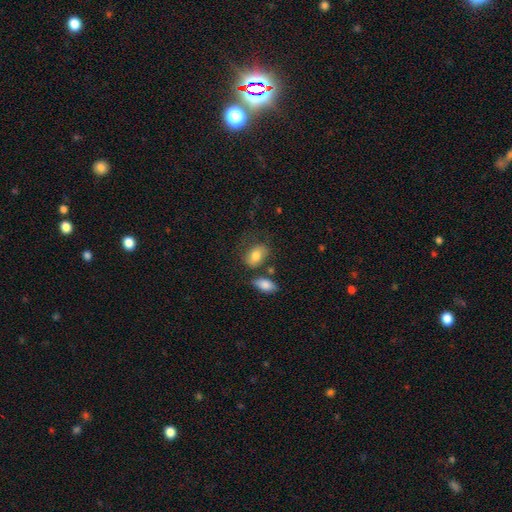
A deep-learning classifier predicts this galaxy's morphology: smooth 78%, featured or disk 14%, star or artifact 8%. Down the decision tree: how rounded — in between (83%); merging — none (50%).